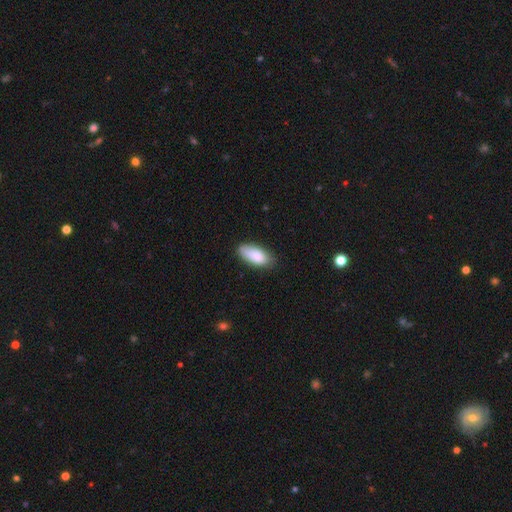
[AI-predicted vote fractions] A smooth galaxy with no disk features (85%) that is in between round and cigar-shaped (88%).

Vote fractions:
- Smooth or featured? smooth: 85% / featured or disk: 8% / star or artifact: 6%
- How rounded? in between: 88% / cigar-shaped: 10% / round: 2%
- Merging? none: 75% / minor disturbance: 20% / major disturbance: 3% / merger: 1%